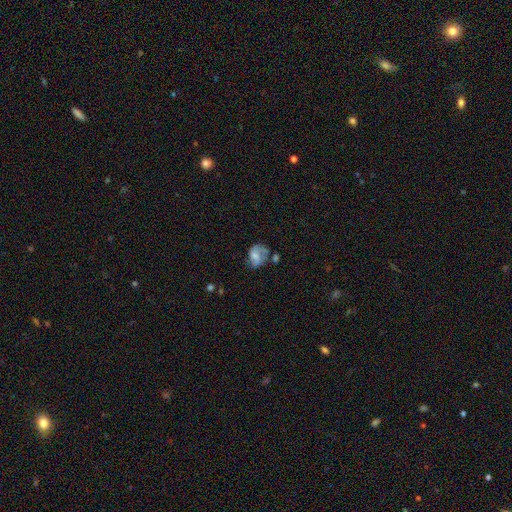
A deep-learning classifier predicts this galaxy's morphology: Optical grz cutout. It shows a smooth galaxy with no disk features (49%). Merging: none (39%).